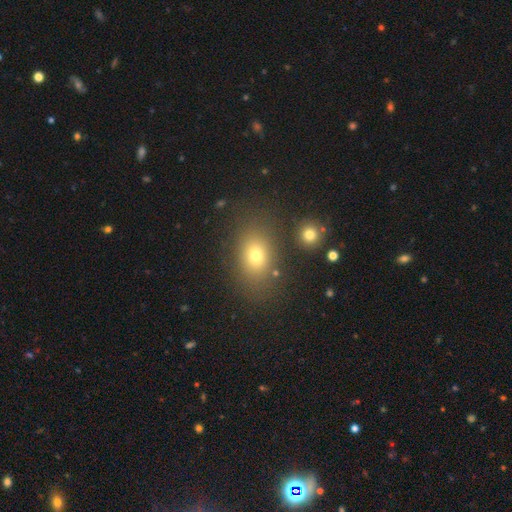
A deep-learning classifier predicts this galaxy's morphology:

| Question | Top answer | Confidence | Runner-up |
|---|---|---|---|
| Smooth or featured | smooth | 72% | star or artifact (15%) |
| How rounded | in between | 71% | round (27%) |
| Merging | none | 78% | minor disturbance (11%) |